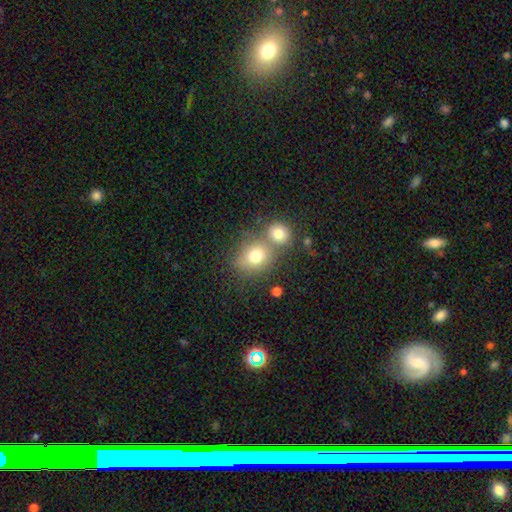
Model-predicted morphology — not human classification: type=star or artifact (53%).